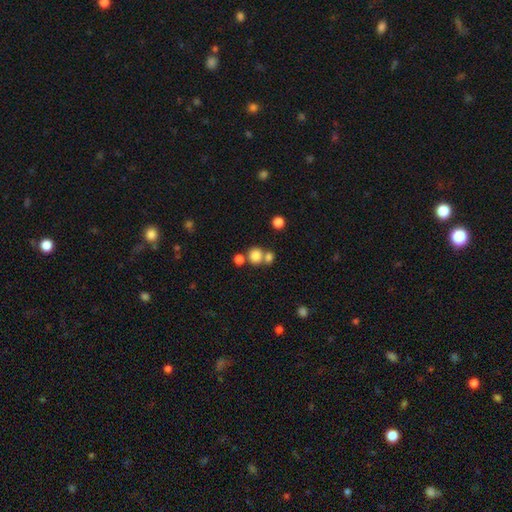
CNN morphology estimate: A smooth galaxy with no disk features (80%) that is round (84%). Merging: none (53%).